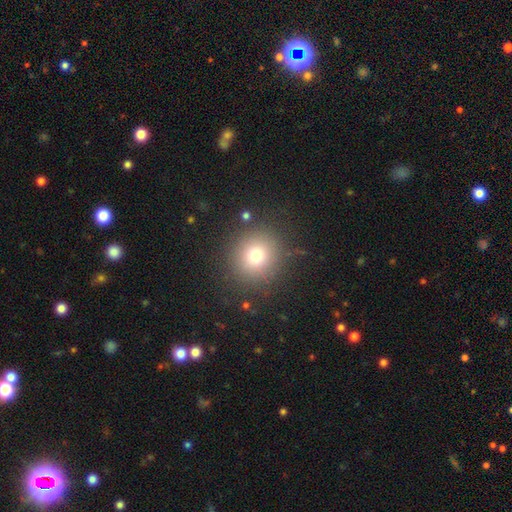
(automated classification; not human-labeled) This appears to be a smooth galaxy with no disk features (74%) that is round (91%). Merging: none (86%).